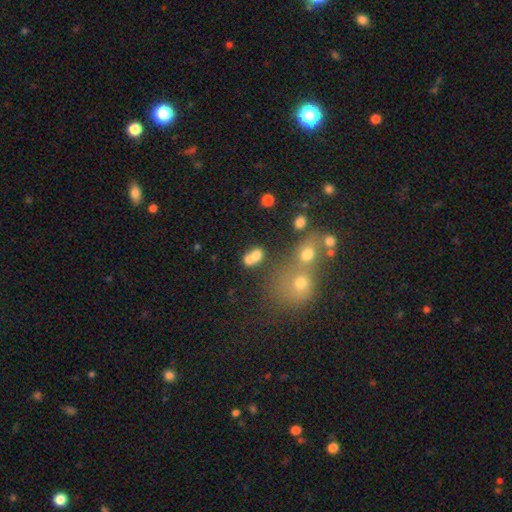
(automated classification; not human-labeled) This appears to be a smooth galaxy with no disk features (71%) that is in between round and cigar-shaped (54%). Merging: merger (53%).